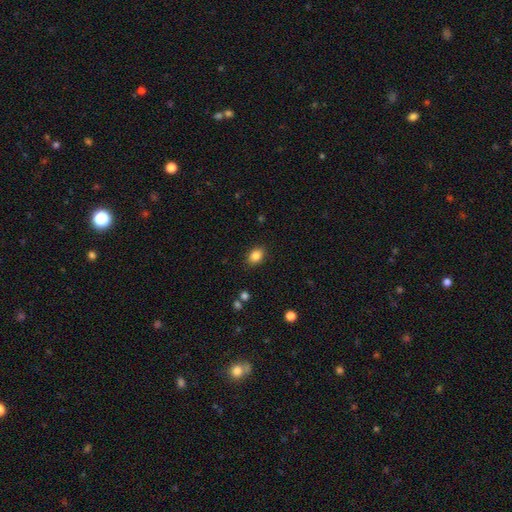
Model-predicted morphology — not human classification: Smooth or featured: smooth — 85% (star or artifact — 10%)
How rounded: in between — 69% (round — 30%)
Merging: none — 87% (minor disturbance — 9%)